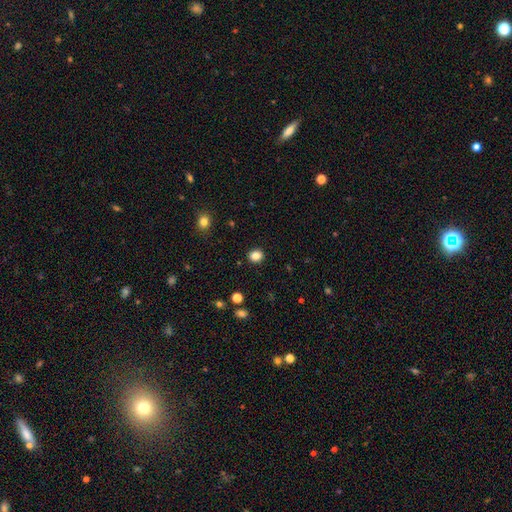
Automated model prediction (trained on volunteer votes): smooth-or-featured: smooth: 84% | star or artifact: 11% | featured or disk: 4%
  how-rounded: round: 70% | in between: 29% | cigar-shaped: 1%
  merging: none: 91% | minor disturbance: 6% | major disturbance: 2% | merger: 1%